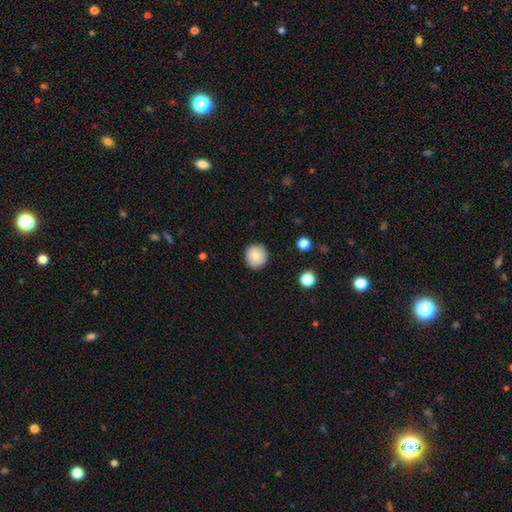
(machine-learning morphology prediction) This appears to be a smooth galaxy with no disk features (84%) that is round (88%). Merging: none (89%).